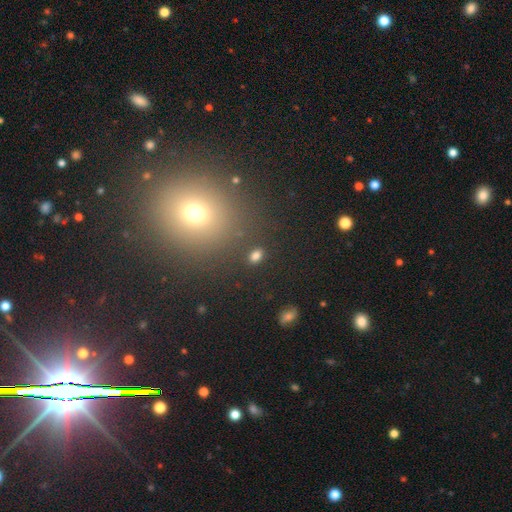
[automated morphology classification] A smooth galaxy with no disk features (79%) that is in between round and cigar-shaped (76%). Merging: none (83%).